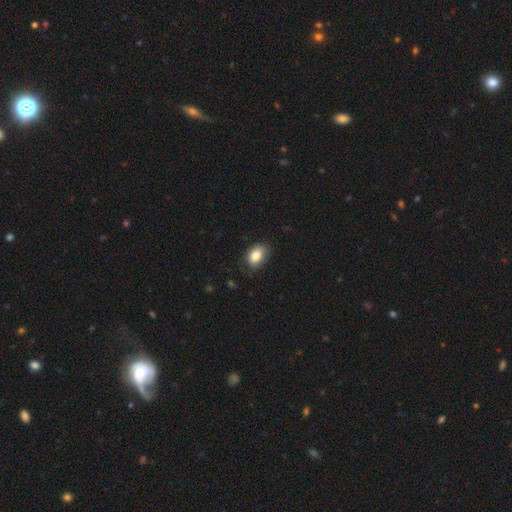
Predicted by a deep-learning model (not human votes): Smooth or featured? smooth (83%)
How rounded? in between (83%)
Merging? none (74%)